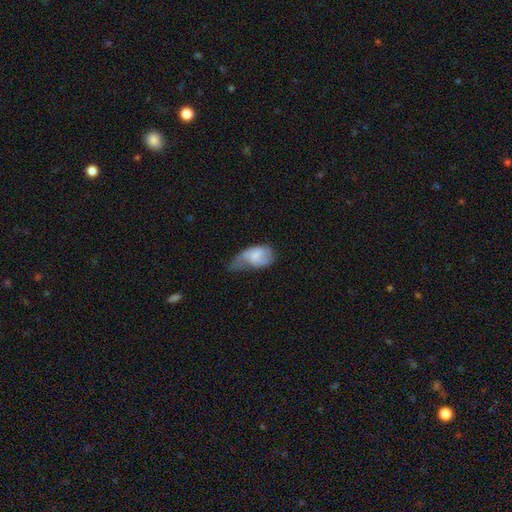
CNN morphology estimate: Smooth or featured: smooth — 59% (featured or disk — 34%)
How rounded: in between — 88% (round — 9%)
Merging: major disturbance — 43% (minor disturbance — 36%)